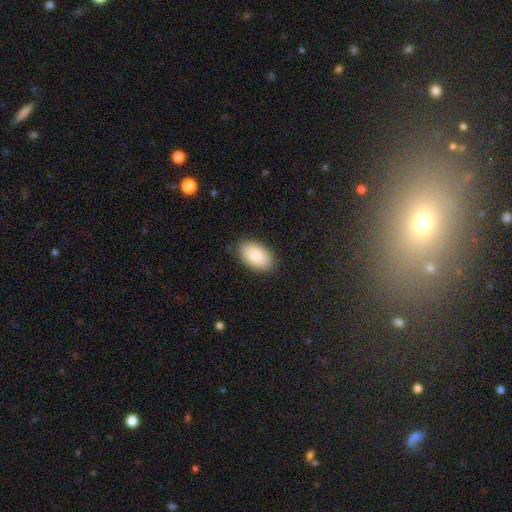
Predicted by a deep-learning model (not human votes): Smooth or featured? smooth (86%)
How rounded? in between (94%)
Merging? none (87%)